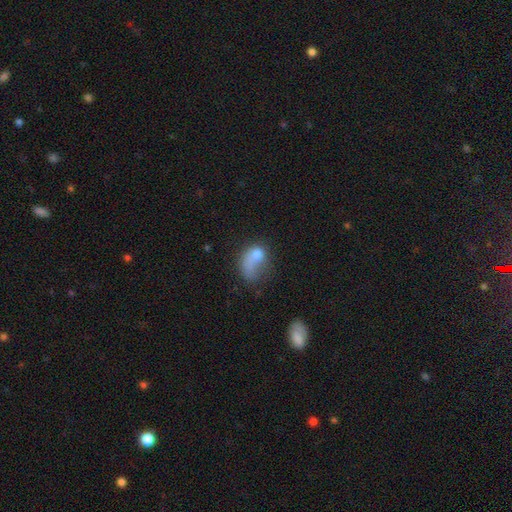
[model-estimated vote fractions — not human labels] Smooth or featured: smooth — 61% (featured or disk — 28%)
How rounded: in between — 68% (round — 30%)
Merging: major disturbance — 45% (none — 21%)